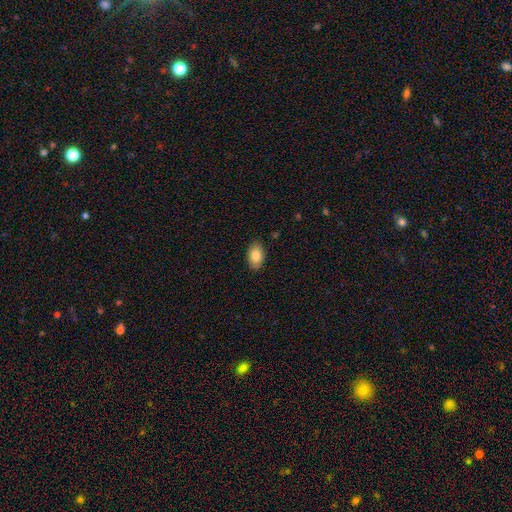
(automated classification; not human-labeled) The model was most divided on "smooth or featured": smooth: 84%, featured or disk: 9%, star or artifact: 7%. More confident: how rounded — in between (91%); merging — none (87%).